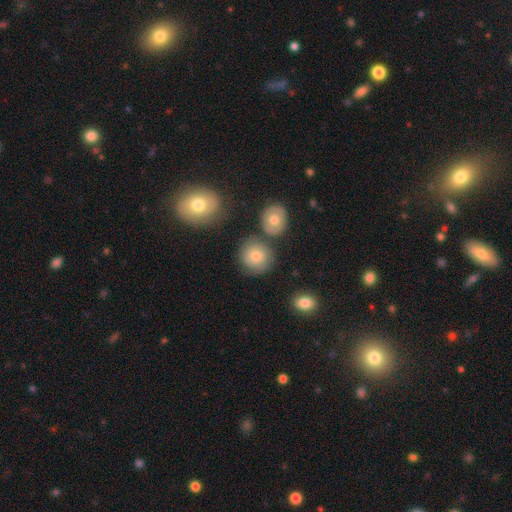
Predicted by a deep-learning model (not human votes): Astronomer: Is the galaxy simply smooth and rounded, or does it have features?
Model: smooth — 68%.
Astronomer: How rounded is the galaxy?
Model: round — 85%.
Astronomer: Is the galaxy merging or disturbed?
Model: none — 72%.